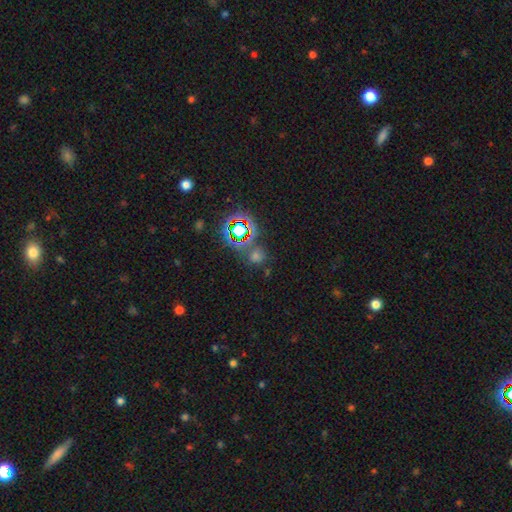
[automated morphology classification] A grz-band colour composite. It shows a star or artifact, not a galaxy (51%).